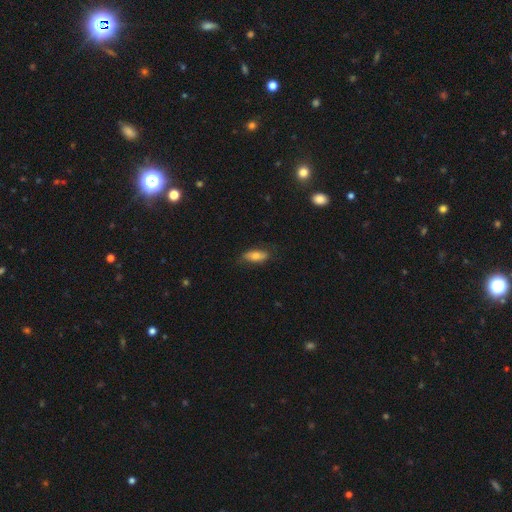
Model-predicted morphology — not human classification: The model was most divided on "how rounded": in between: 73%, cigar-shaped: 24%, round: 3%. More confident: merging — none (75%); smooth or featured — smooth (72%).